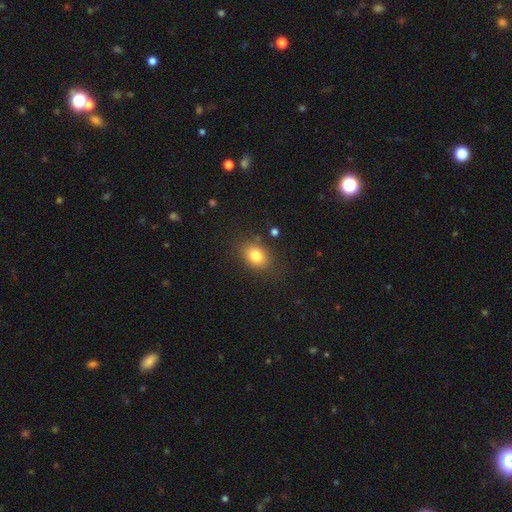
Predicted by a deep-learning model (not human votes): The model was most divided on "how rounded": in between: 65%, round: 34%, cigar-shaped: 1%. More confident: smooth or featured — smooth (81%); merging — none (80%).